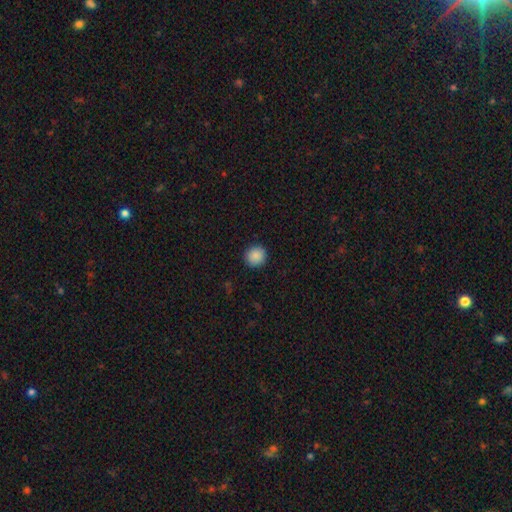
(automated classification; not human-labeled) smooth_or_featured: smooth (p=0.88) [alt: star or artifact p=0.09]
how_rounded: round (p=0.91) [alt: in between p=0.08]
merging: none (p=0.92) [alt: minor disturbance p=0.06]